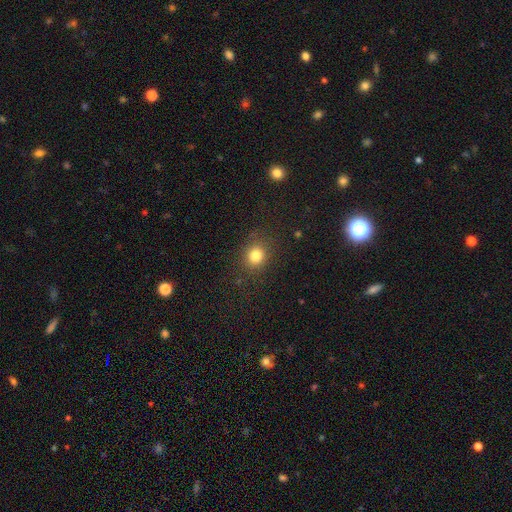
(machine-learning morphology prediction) A smooth galaxy with no disk features (82%) that is round (75%). Merging: none (84%).